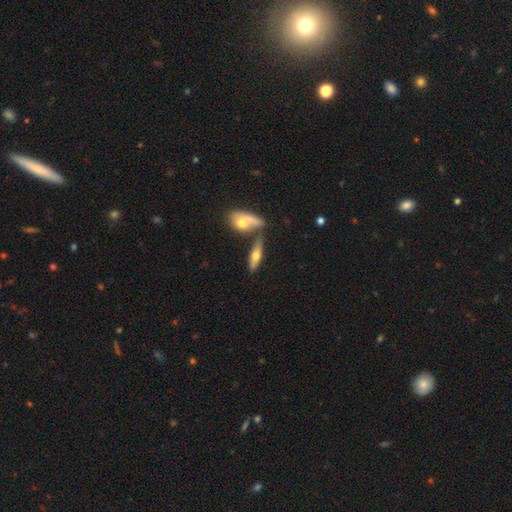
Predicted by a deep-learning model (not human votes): smooth_or_featured: smooth (p=0.49) [alt: featured or disk p=0.44]
merging: none (p=0.57) [alt: merger p=0.28]